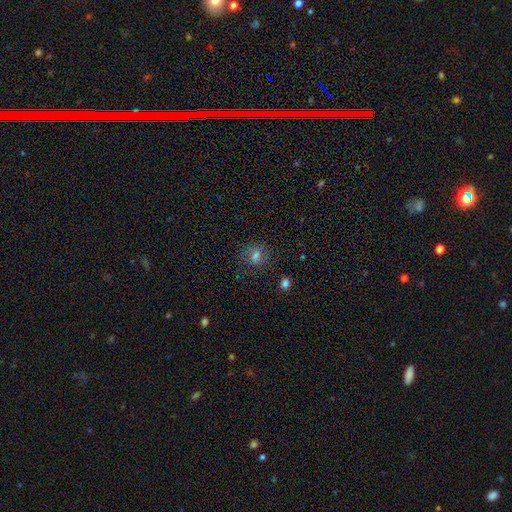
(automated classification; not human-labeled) smooth-or-featured: smooth: 68% | star or artifact: 17% | featured or disk: 16%
  how-rounded: round: 63% | in between: 36% | cigar-shaped: 1%
  merging: none: 66% | minor disturbance: 19% | major disturbance: 12% | merger: 3%